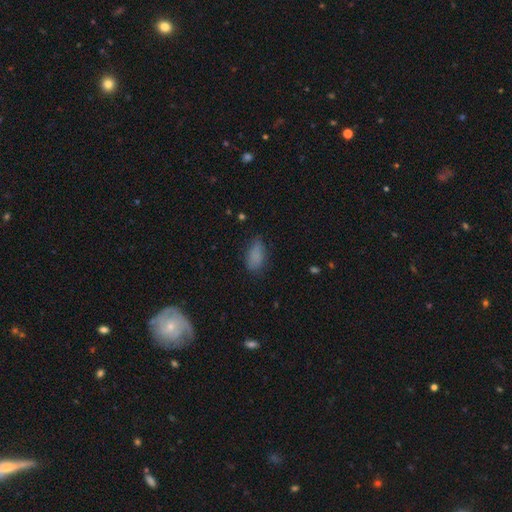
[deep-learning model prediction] Smooth or featured? Predicted: smooth (p=0.82). How rounded? Predicted: in between (p=0.88). Merging? Predicted: none (p=0.69).